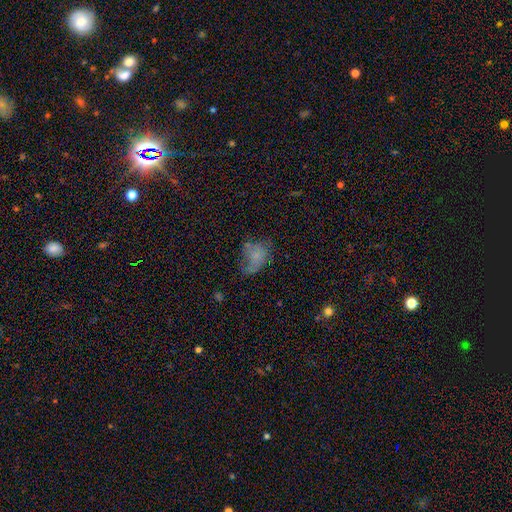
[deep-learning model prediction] Smooth or featured?
  - smooth: 57% *
  - featured or disk: 28%
  - star or artifact: 15%
How rounded?
  - in between: 72% *
  - round: 26%
  - cigar-shaped: 2%
Merging?
  - none: 34% *
  - major disturbance: 32%
  - minor disturbance: 29%
  - merger: 5%